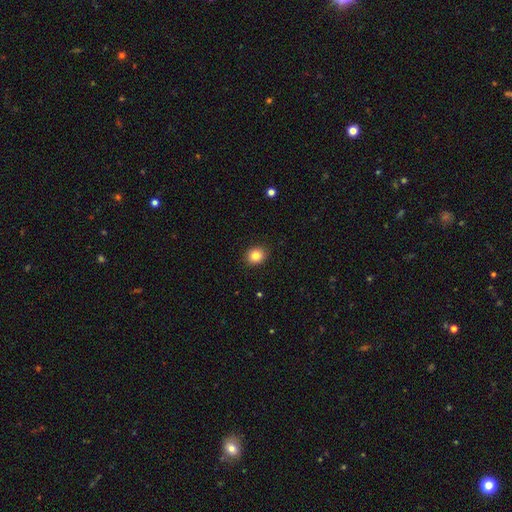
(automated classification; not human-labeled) smooth-or-featured: smooth: 84% | star or artifact: 10% | featured or disk: 6%
  how-rounded: round: 72% | in between: 27% | cigar-shaped: 1%
  merging: none: 91% | minor disturbance: 7% | major disturbance: 2% | merger: 1%